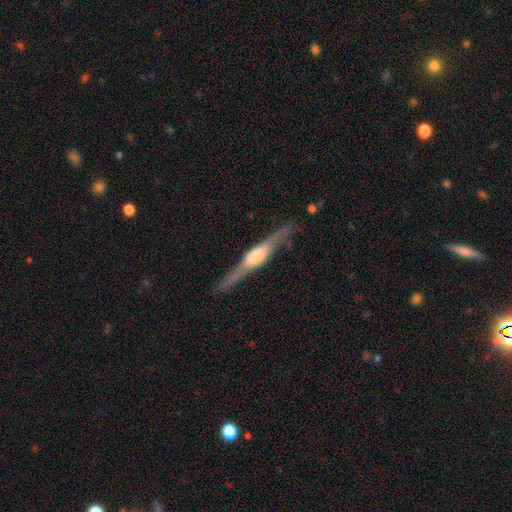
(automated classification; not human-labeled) featured or disk 77%, smooth 18%, star or artifact 5%. Down the decision tree: edge-on disk — yes (96%); edge-on bulge — rounded (71%); merging — none (83%).